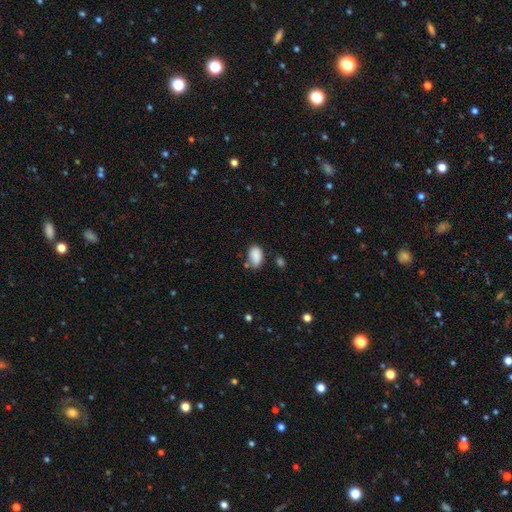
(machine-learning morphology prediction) A smooth galaxy with no disk features (88%) that is in between round and cigar-shaped (91%). Merging: none (69%).